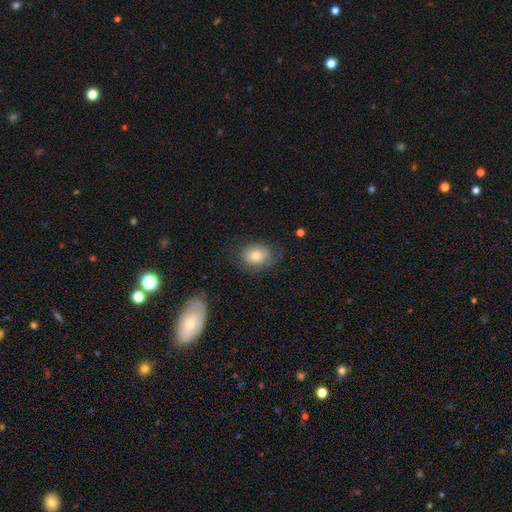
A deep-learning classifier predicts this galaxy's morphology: smooth_or_featured: smooth (p=0.72) [alt: featured or disk p=0.20]
how_rounded: in between (p=0.64) [alt: round p=0.35]
merging: none (p=0.63) [alt: minor disturbance p=0.24]